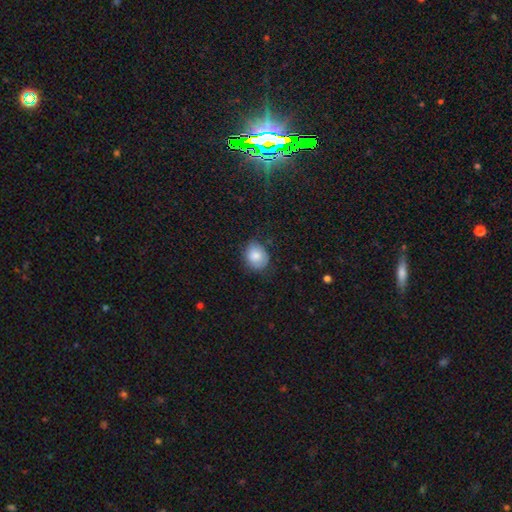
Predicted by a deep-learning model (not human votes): Smooth or featured: smooth — 82% (featured or disk — 10%)
How rounded: round — 56% (in between — 43%)
Merging: none — 73% (minor disturbance — 21%)